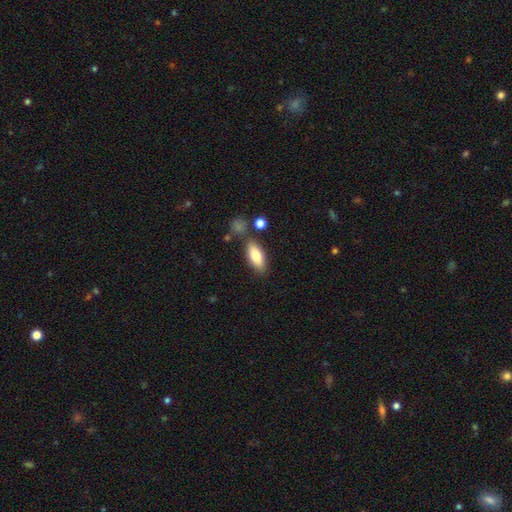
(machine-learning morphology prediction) Smooth or featured? smooth (77%)
How rounded? in between (81%)
Merging? none (78%)